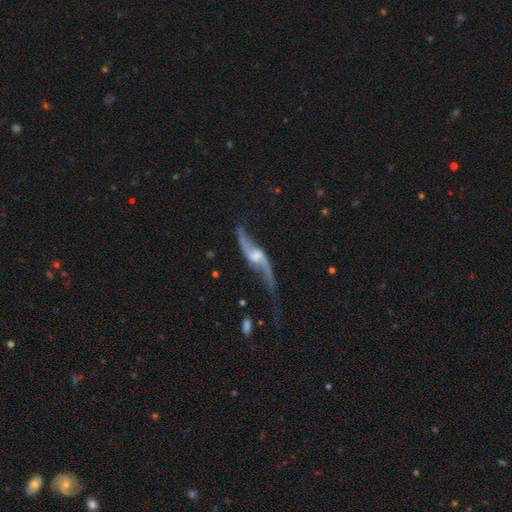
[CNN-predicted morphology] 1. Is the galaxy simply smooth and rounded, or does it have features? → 88% featured or disk, 6% smooth, 5% star or artifact.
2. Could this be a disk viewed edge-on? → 83% no, 17% yes.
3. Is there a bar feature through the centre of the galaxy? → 44% no, 41% weak, 15% strong.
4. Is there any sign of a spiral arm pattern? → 94% yes, 6% no.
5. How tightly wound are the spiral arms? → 91% loose, 6% medium, 2% tight.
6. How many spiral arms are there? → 92% 2, 3% 1, 2% can't tell, 1% 3, 1% 4, 1% more than 4.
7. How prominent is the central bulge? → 48% moderate, 36% small, 9% none, 6% large, 2% dominant.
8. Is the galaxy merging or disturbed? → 56% none, 21% minor disturbance, 17% major disturbance, 6% merger.